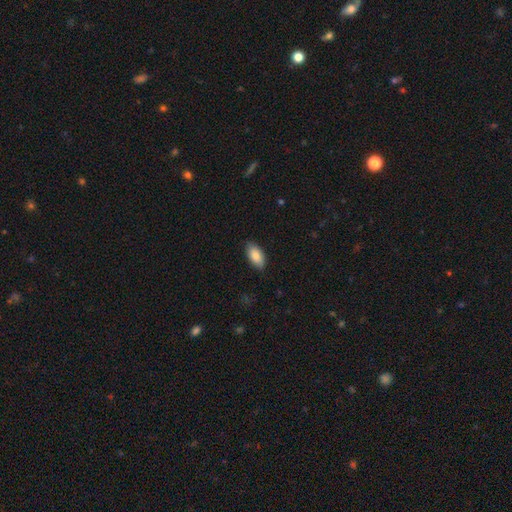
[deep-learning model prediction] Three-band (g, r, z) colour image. It shows a smooth galaxy with no disk features (86%) that is in between round and cigar-shaped (92%). Merging: none (86%).